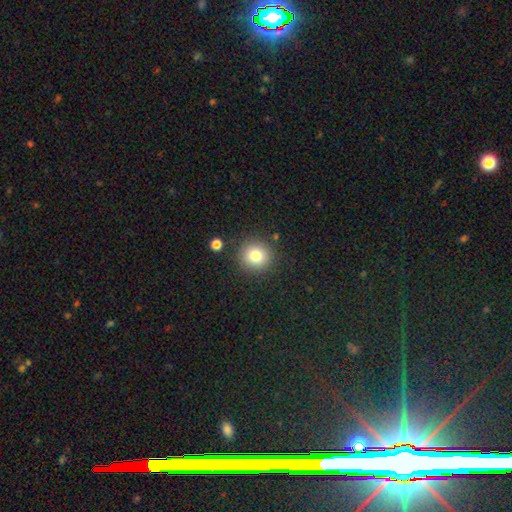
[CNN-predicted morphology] This is likely a smooth galaxy (80%). How rounded: clearly round (91%). Merging: clearly none (87%).